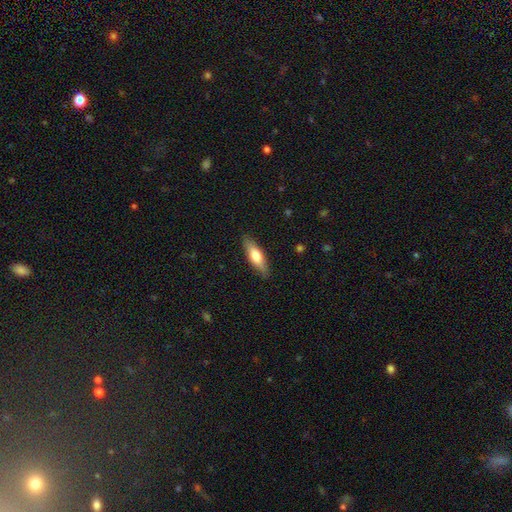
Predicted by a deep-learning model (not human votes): This is likely a smooth galaxy (63%). How rounded: possibly cigar-shaped (57%). Merging: clearly none (87%).